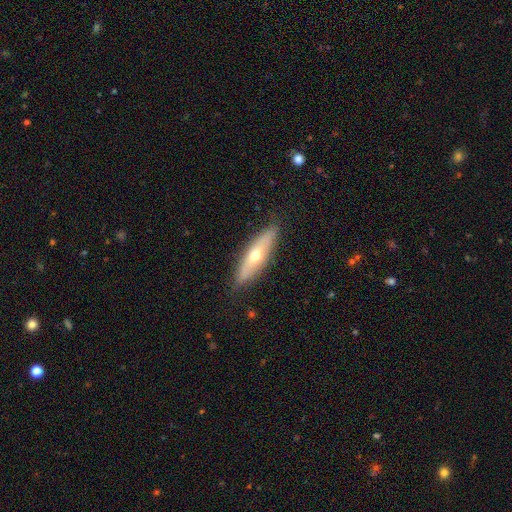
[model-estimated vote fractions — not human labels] A smooth galaxy with no disk features (48%).

Vote fractions:
- Smooth or featured? smooth: 48% / featured or disk: 46% / star or artifact: 6%
- Merging? none: 85% / minor disturbance: 12% / major disturbance: 3% / merger: 1%